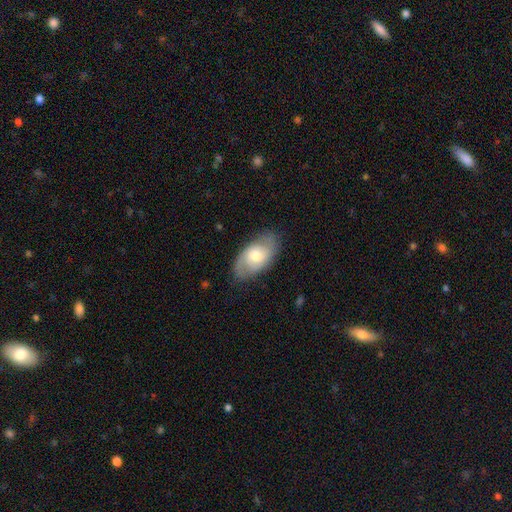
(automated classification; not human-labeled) Morphology: type=featured or disk (50%); merging=none (78%).